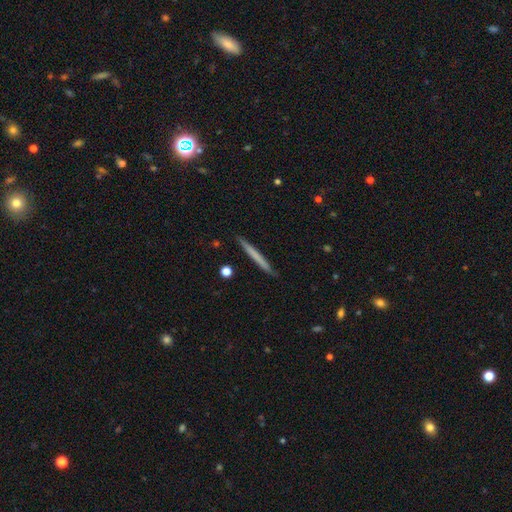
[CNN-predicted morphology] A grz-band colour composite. It shows a smooth galaxy with no disk features (58%) that is cigar-shaped (97%). Merging: none (90%).